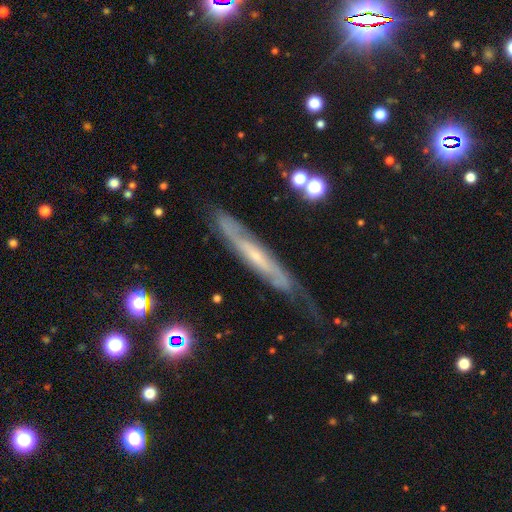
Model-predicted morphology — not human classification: Smooth or featured? Predicted: featured or disk (p=0.76). Edge-on disk? Predicted: yes (p=0.57). Merging? Predicted: none (p=0.59).